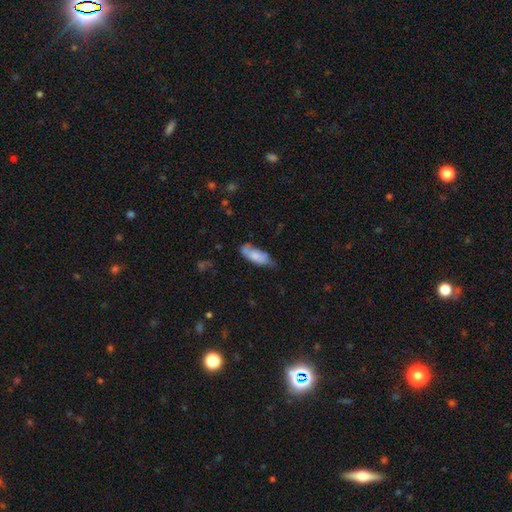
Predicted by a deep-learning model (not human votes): A smooth galaxy with no disk features (73%) that is in between round and cigar-shaped (75%).

Vote fractions:
- Smooth or featured? smooth: 73% / featured or disk: 20% / star or artifact: 7%
- How rounded? in between: 75% / cigar-shaped: 24% / round: 2%
- Merging? none: 49% / minor disturbance: 37% / major disturbance: 11% / merger: 3%